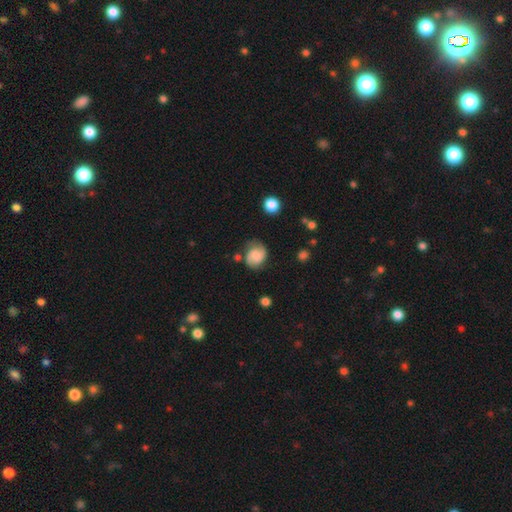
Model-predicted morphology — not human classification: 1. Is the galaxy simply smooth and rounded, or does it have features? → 49% featured or disk, 42% smooth, 9% star or artifact.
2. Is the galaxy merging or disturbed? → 62% none, 24% minor disturbance, 10% major disturbance, 5% merger.